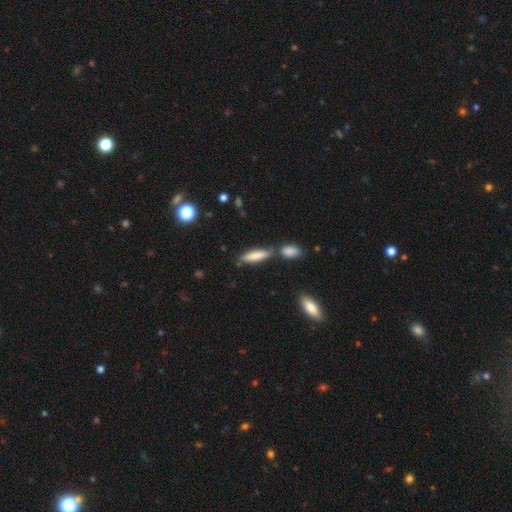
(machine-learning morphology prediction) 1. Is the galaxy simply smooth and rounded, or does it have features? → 80% smooth, 14% featured or disk, 6% star or artifact.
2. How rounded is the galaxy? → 66% cigar-shaped, 32% in between, 2% round.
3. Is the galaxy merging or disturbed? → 63% none, 21% merger, 13% minor disturbance, 4% major disturbance.